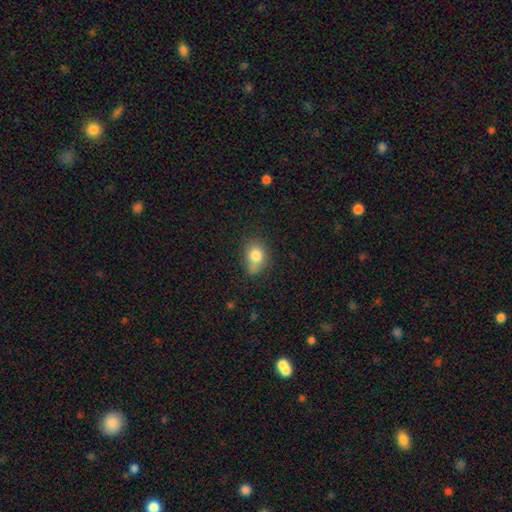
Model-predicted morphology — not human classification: A smooth galaxy with no disk features (80%) that is in between round and cigar-shaped (62%).

Vote fractions:
- Smooth or featured? smooth: 80% / star or artifact: 10% / featured or disk: 10%
- How rounded? in between: 62% / round: 37% / cigar-shaped: 1%
- Merging? none: 53% / minor disturbance: 31% / major disturbance: 9% / merger: 6%